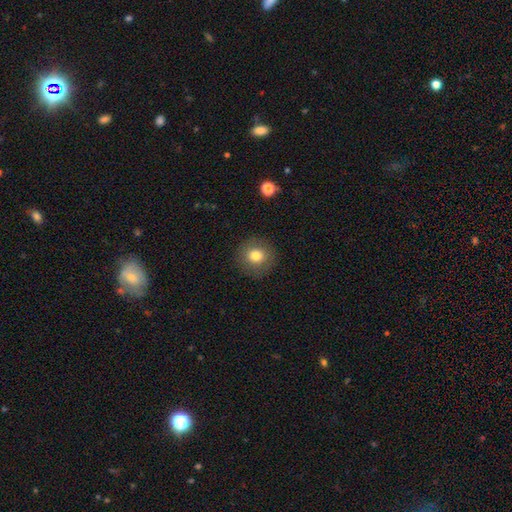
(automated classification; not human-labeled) Smooth or featured? Predicted: smooth (p=0.78). How rounded? Predicted: round (p=0.91). Merging? Predicted: none (p=0.89).